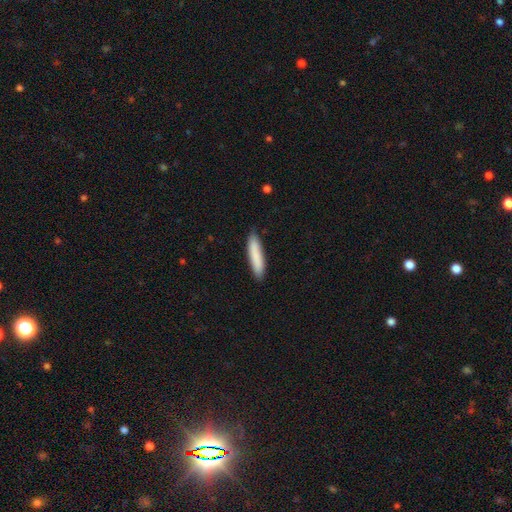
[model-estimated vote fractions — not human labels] Smooth or featured?
  - smooth: 85% *
  - featured or disk: 9%
  - star or artifact: 6%
How rounded?
  - cigar-shaped: 85% *
  - in between: 14%
  - round: 1%
Merging?
  - none: 86% *
  - minor disturbance: 11%
  - major disturbance: 2%
  - merger: 1%